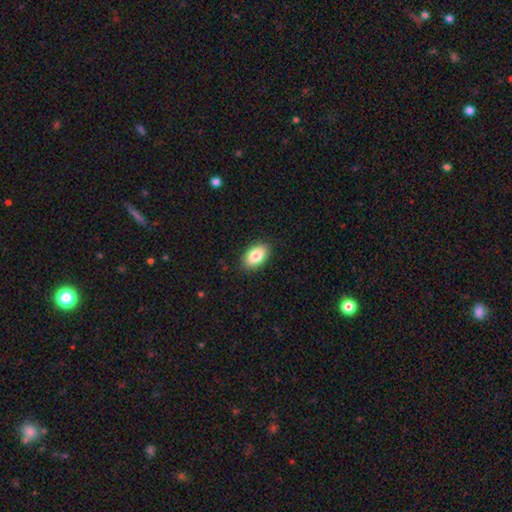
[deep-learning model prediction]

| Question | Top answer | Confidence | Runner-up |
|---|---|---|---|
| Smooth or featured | smooth | 84% | featured or disk (9%) |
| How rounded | in between | 91% | round (8%) |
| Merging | none | 88% | minor disturbance (9%) |